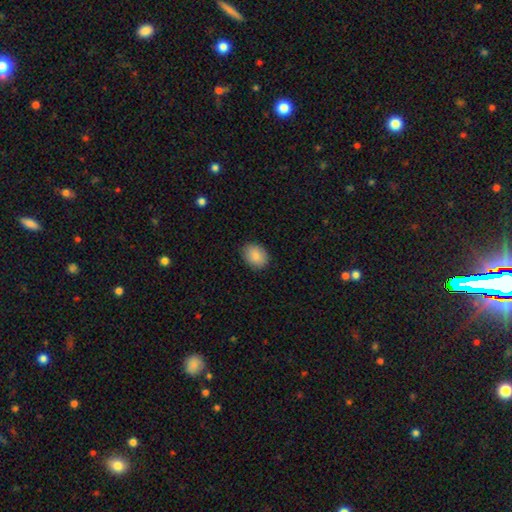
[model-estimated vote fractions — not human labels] Smooth or featured: smooth — 89% (star or artifact — 7%)
How rounded: in between — 66% (round — 33%)
Merging: none — 88% (minor disturbance — 9%)